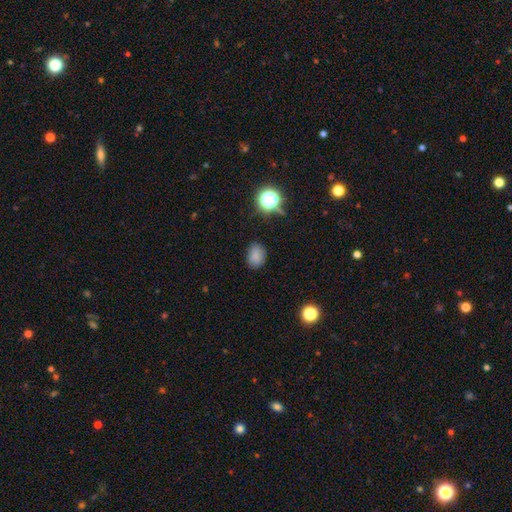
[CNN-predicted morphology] Overall: smooth (78%). How rounded: in between (70%). Merging: none (77%).